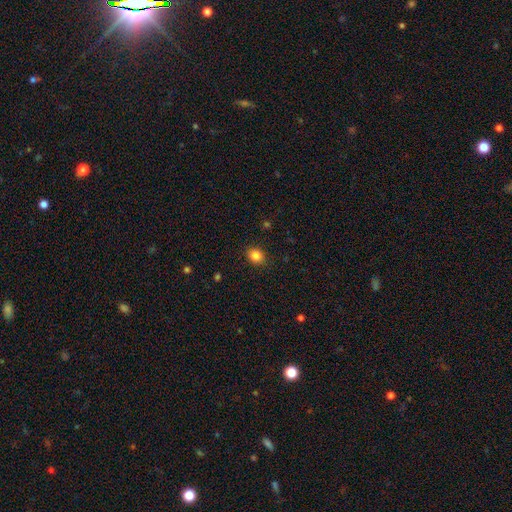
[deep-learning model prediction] Smooth or featured: smooth — 85% (star or artifact — 11%)
How rounded: round — 60% (in between — 39%)
Merging: none — 91% (minor disturbance — 7%)